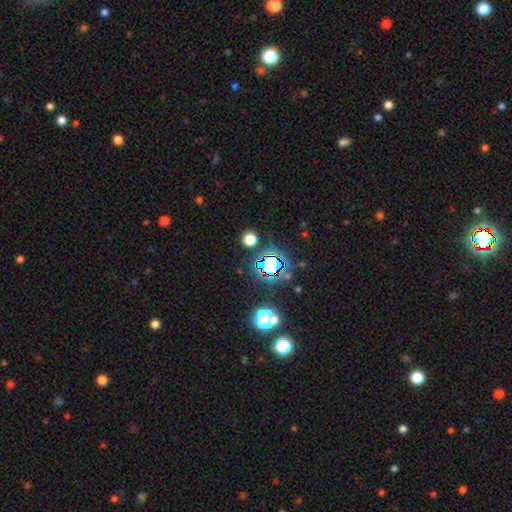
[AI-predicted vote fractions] Q: Smooth or featured?
A: star or artifact (62%); runner-up: smooth (29%)